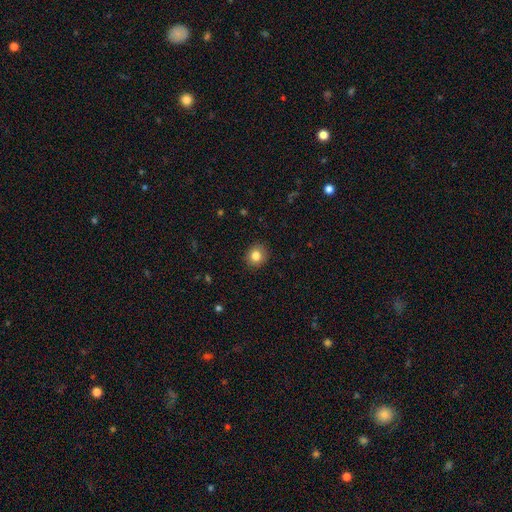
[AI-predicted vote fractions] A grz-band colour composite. It shows a smooth galaxy with no disk features (82%) that is round (79%). Merging: none (90%).